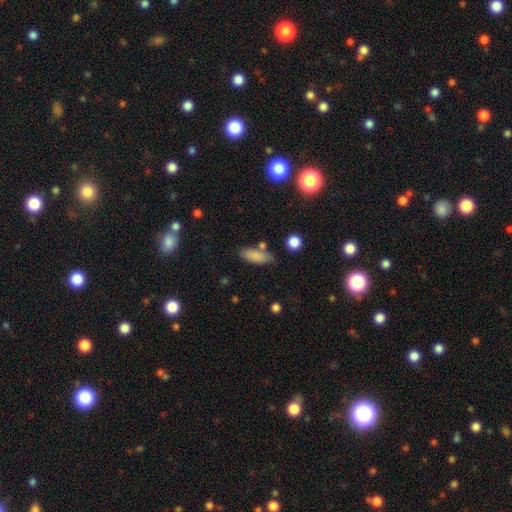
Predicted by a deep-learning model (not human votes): smooth 84%, featured or disk 8%, star or artifact 8%. Down the decision tree: how rounded — in between (70%); merging — none (72%).